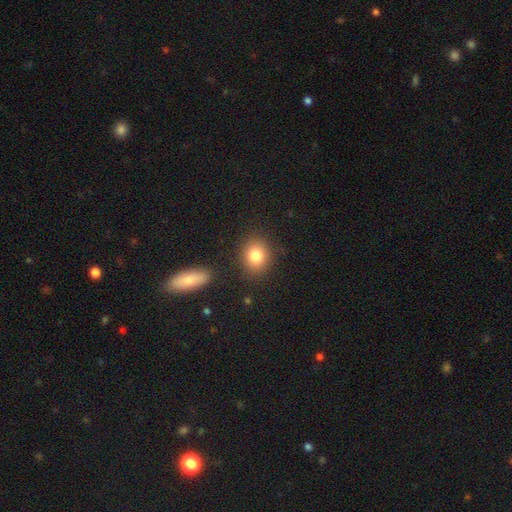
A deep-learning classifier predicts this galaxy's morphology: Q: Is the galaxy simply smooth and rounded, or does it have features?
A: smooth — 83%.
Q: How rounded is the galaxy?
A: round — 63%.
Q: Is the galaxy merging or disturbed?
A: none — 86%.